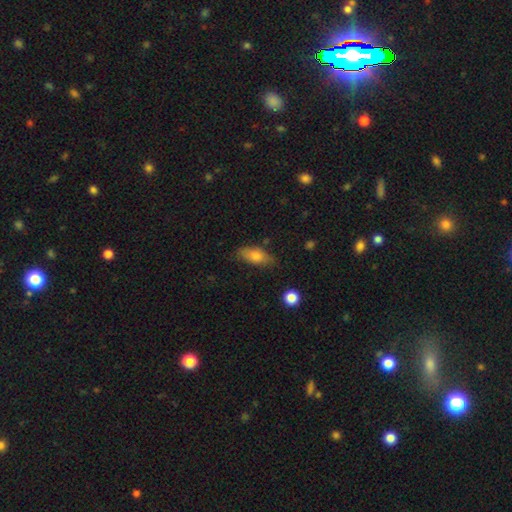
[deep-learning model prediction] Smooth or featured: smooth — 74% (featured or disk — 19%)
How rounded: in between — 80% (cigar-shaped — 17%)
Merging: none — 76% (minor disturbance — 19%)